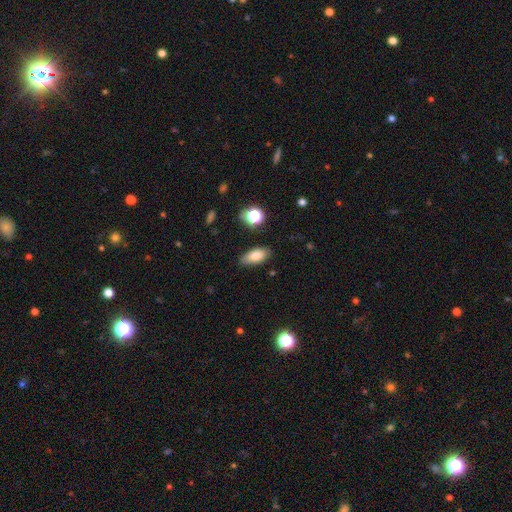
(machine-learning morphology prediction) This appears to be a smooth galaxy with no disk features (81%) that is in between round and cigar-shaped (85%). Merging: none (84%).